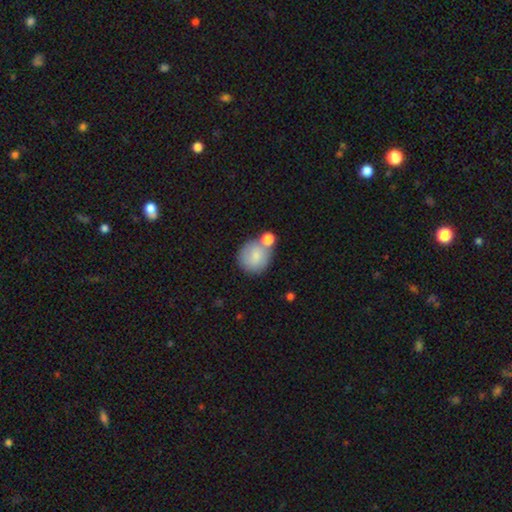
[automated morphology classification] Smooth or featured: smooth — 79% (featured or disk — 13%)
How rounded: round — 83% (in between — 16%)
Merging: none — 48% (merger — 31%)